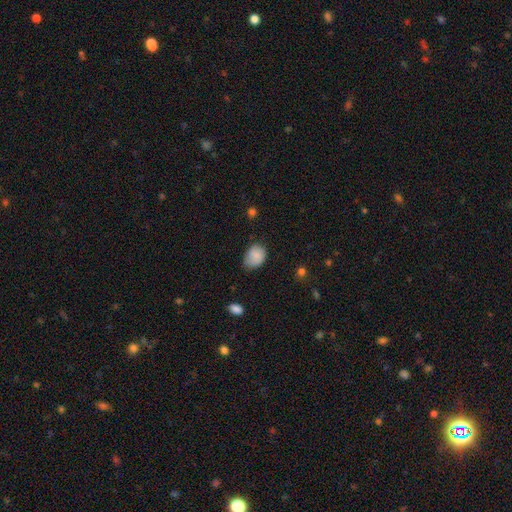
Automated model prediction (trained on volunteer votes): smooth-or-featured: smooth: 84% | featured or disk: 9% | star or artifact: 8%
  how-rounded: in between: 66% | round: 33% | cigar-shaped: 1%
  merging: none: 56% | minor disturbance: 35% | major disturbance: 8% | merger: 2%